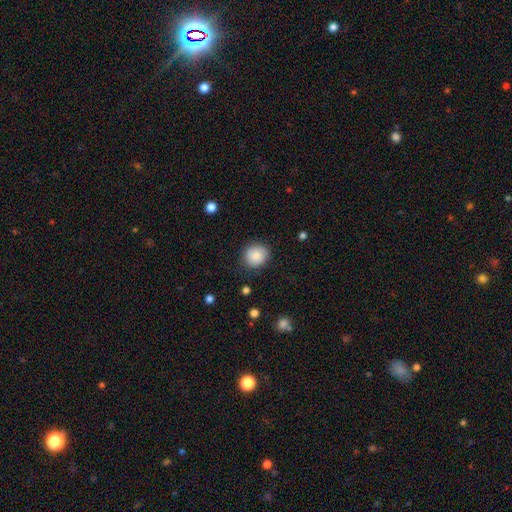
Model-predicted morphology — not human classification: Smooth or featured?
  - smooth: 87% *
  - star or artifact: 8%
  - featured or disk: 5%
How rounded?
  - round: 85% *
  - in between: 14%
  - cigar-shaped: 1%
Merging?
  - none: 85% *
  - minor disturbance: 10%
  - major disturbance: 3%
  - merger: 1%